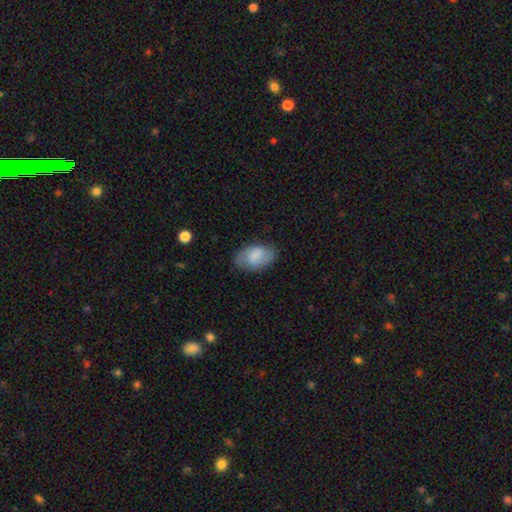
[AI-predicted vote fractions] Overall: smooth (69%). How rounded: in between (92%). Merging: none (75%).